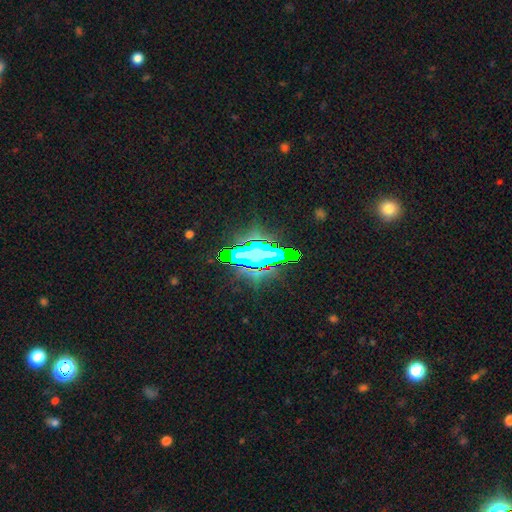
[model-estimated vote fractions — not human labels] Morphology: type=star or artifact (61%).